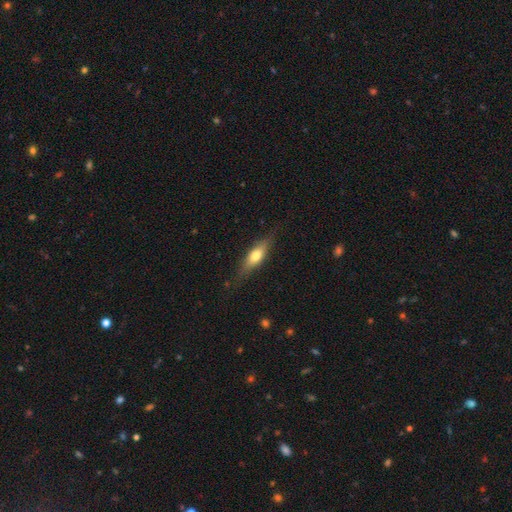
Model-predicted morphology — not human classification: type=smooth (56%); roundness=cigar-shaped (52%); merging=none (78%).